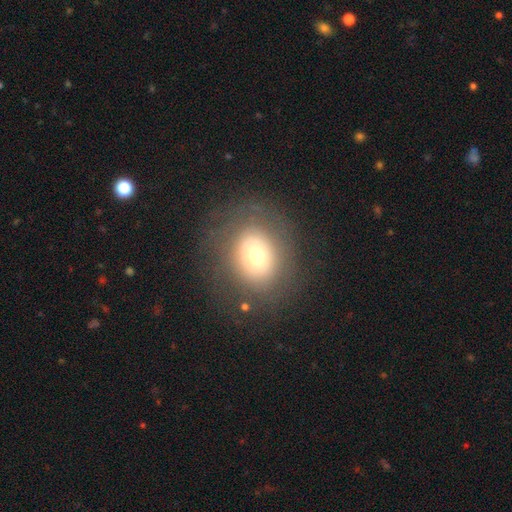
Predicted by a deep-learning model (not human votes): smooth 62%, featured or disk 24%, star or artifact 13%. Down the decision tree: how rounded — round (62%); merging — none (72%).